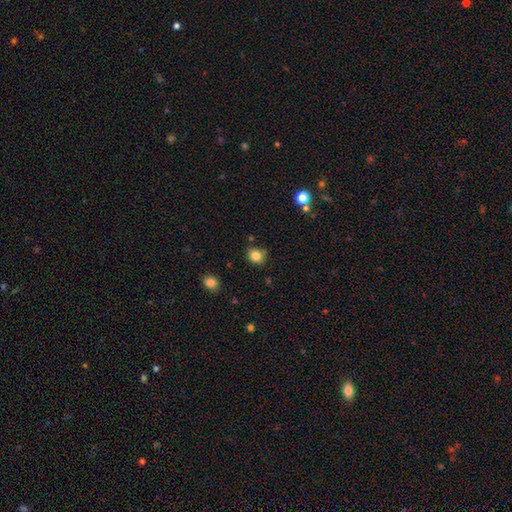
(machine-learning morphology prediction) Smooth or featured? smooth (83%)
How rounded? round (75%)
Merging? none (76%)